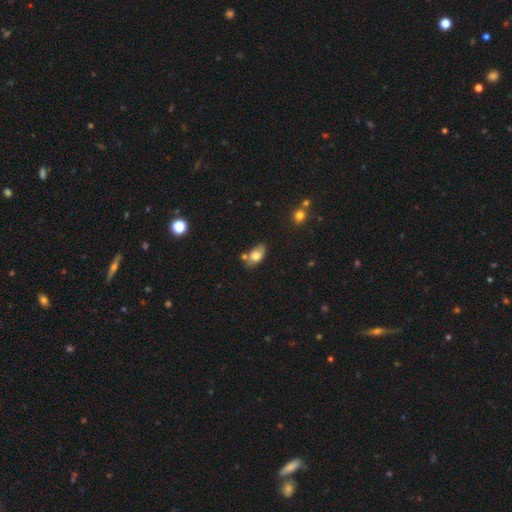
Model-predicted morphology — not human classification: This appears to be a smooth galaxy with no disk features (73%) that is in between round and cigar-shaped (89%). Merging: none (57%).